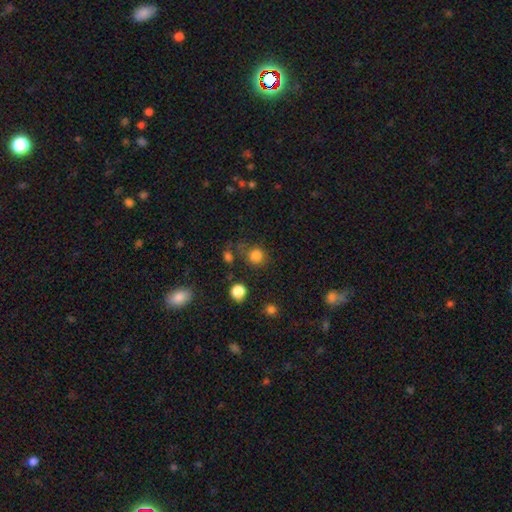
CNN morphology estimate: Smooth or featured: smooth — 81% (star or artifact — 14%)
How rounded: round — 89% (in between — 10%)
Merging: none — 74% (minor disturbance — 13%)